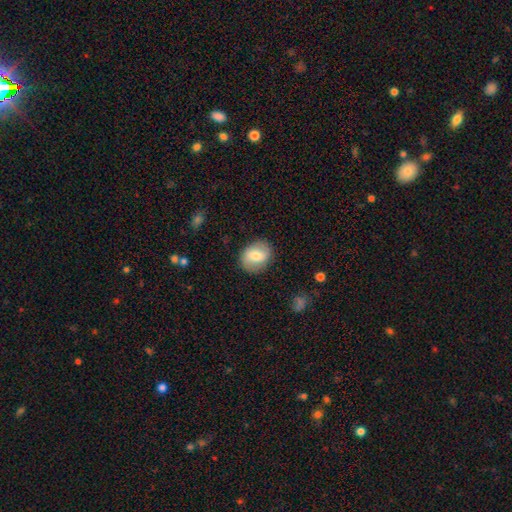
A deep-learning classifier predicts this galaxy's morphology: Q: Smooth or featured?
A: smooth (67%); runner-up: featured or disk (26%)
Q: How rounded?
A: round (56%); runner-up: in between (43%)
Q: Merging?
A: none (85%); runner-up: minor disturbance (11%)